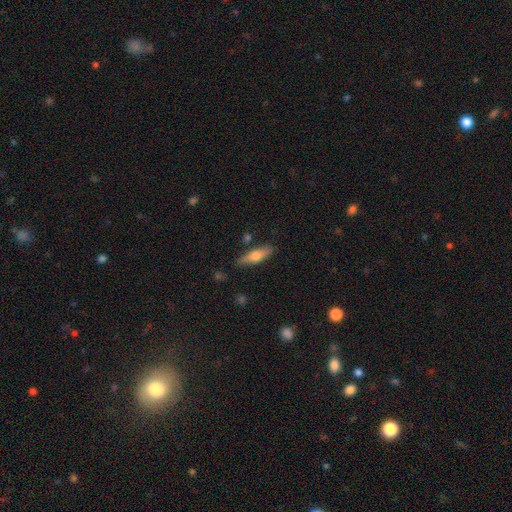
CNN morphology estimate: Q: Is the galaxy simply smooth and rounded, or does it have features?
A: smooth — 56%.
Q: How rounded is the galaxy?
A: cigar-shaped — 59%.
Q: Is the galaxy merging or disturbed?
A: none — 82%.